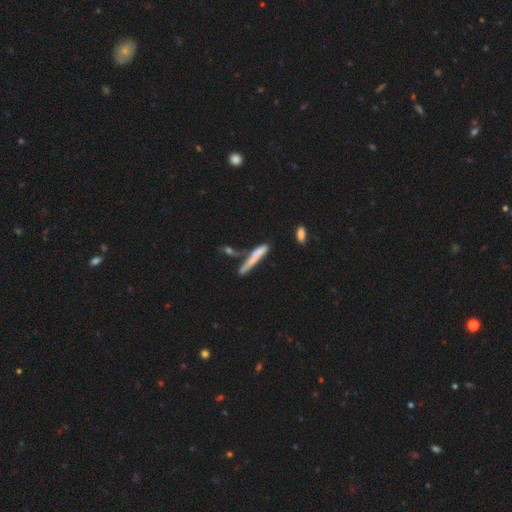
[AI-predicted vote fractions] A smooth galaxy with no disk features (62%) that is cigar-shaped (89%).

Vote fractions:
- Smooth or featured? smooth: 62% / featured or disk: 29% / star or artifact: 9%
- How rounded? cigar-shaped: 89% / in between: 9% / round: 2%
- Merging? none: 42% / merger: 25% / minor disturbance: 20% / major disturbance: 12%